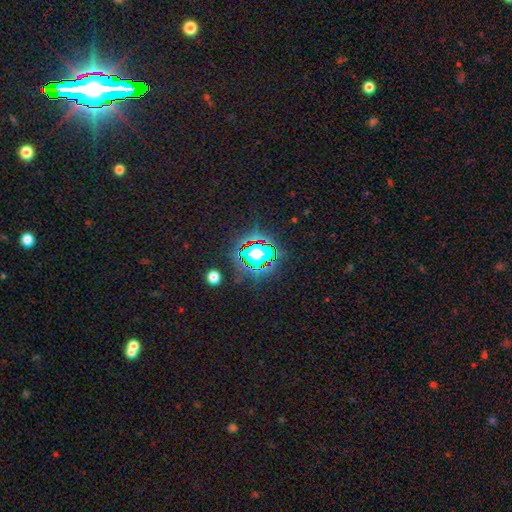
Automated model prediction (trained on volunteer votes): Smooth or featured? star or artifact (82%)